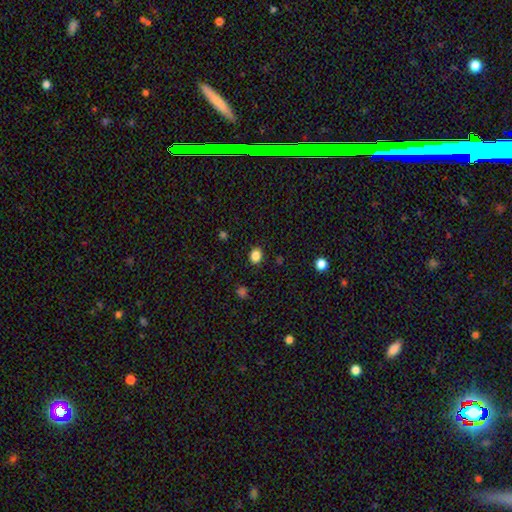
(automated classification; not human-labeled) The model was most divided on "how rounded": round: 61%, in between: 39%, cigar-shaped: 1%. More confident: merging — none (89%); smooth or featured — smooth (86%).